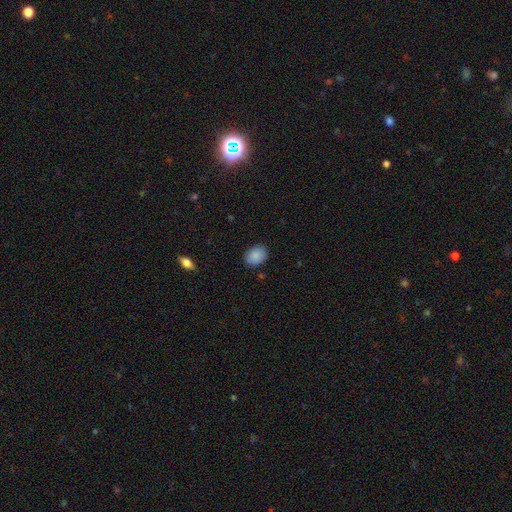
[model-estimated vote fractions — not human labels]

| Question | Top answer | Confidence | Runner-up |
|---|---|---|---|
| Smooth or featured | smooth | 88% | star or artifact (8%) |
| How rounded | in between | 63% | round (36%) |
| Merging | none | 85% | minor disturbance (12%) |